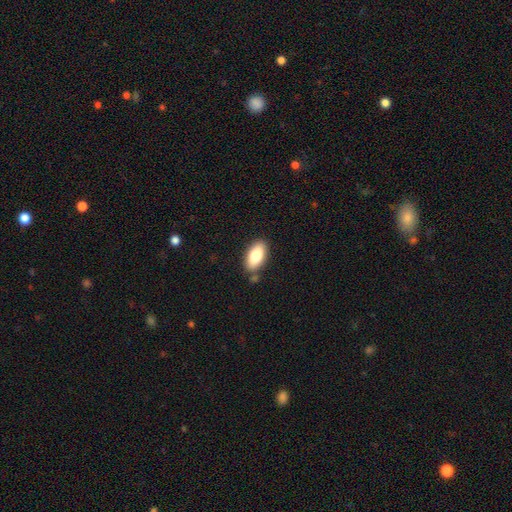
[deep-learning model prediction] This appears to be a smooth galaxy with no disk features (80%) that is in between round and cigar-shaped (92%). Merging: none (81%).